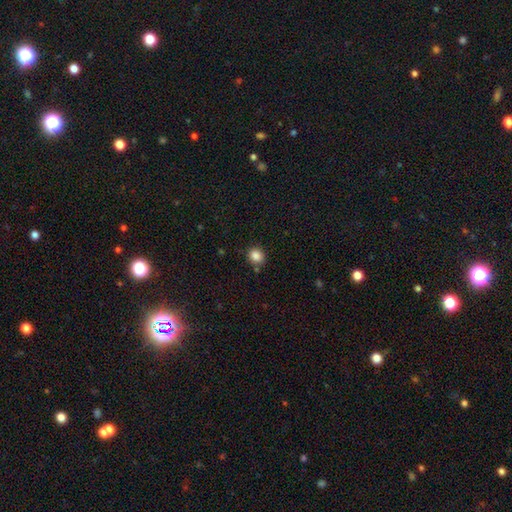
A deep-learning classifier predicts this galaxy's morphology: Smooth or featured: smooth — 86% (star or artifact — 10%)
How rounded: round — 77% (in between — 22%)
Merging: none — 79% (minor disturbance — 12%)